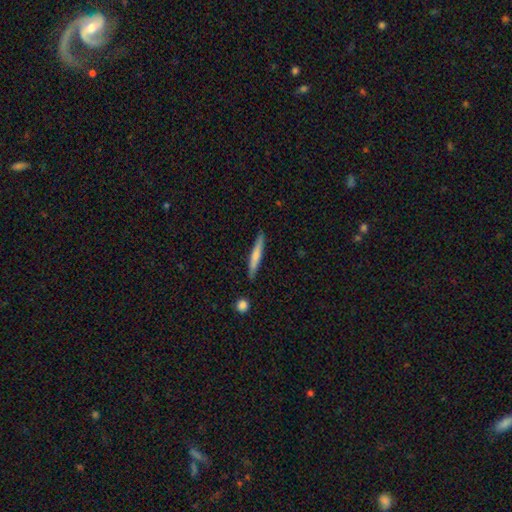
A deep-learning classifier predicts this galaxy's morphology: Smooth or featured: smooth — 61% (featured or disk — 33%)
How rounded: cigar-shaped — 94% (in between — 5%)
Merging: none — 86% (minor disturbance — 10%)